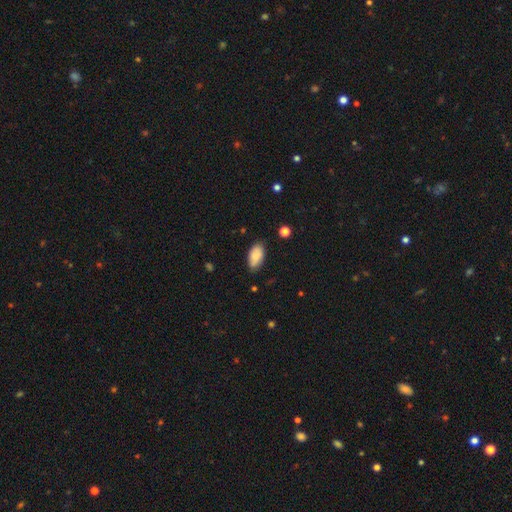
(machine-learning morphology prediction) Smooth or featured? smooth (84%)
How rounded? in between (94%)
Merging? none (79%)